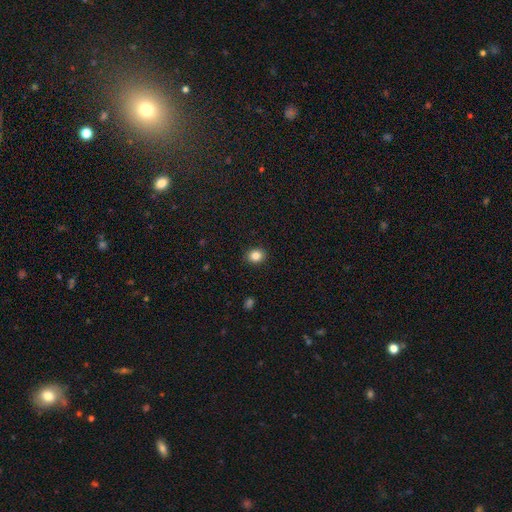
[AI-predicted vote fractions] This is clearly a smooth galaxy (84%). How rounded: likely round (64%). Merging: clearly none (90%).